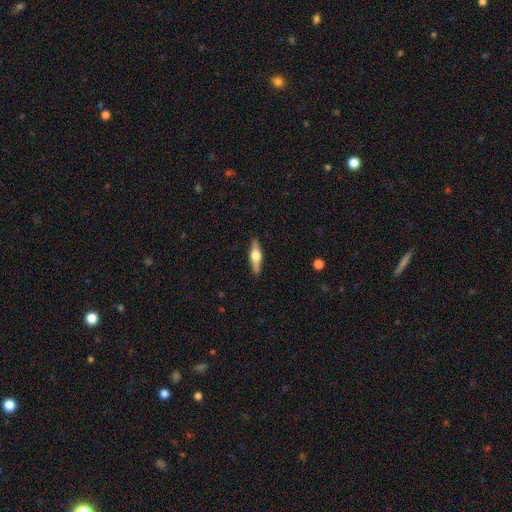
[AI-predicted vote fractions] smooth_or_featured: featured or disk (p=0.62) [alt: smooth p=0.33]
disk_edge_on: yes (p=0.95) [alt: no p=0.05]
edge_on_bulge: rounded (p=0.94) [alt: boxy p=0.04]
merging: none (p=0.90) [alt: minor disturbance p=0.07]